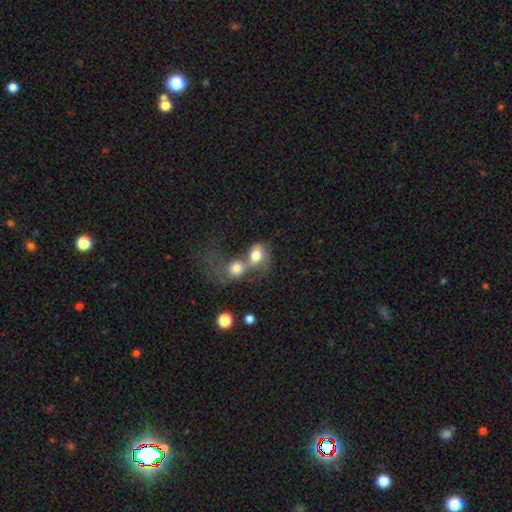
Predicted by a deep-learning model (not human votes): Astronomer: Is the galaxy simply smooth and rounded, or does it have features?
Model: smooth — 71%.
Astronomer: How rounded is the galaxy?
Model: in between — 55% (runner-up: round, 43%).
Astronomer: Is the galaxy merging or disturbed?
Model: merger — 73%.